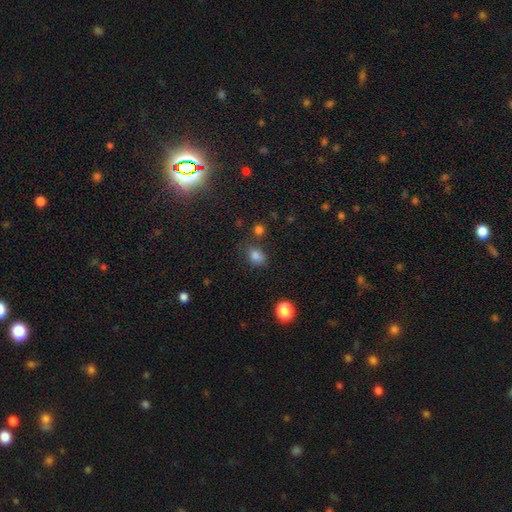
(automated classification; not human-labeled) Morphology: type=smooth (80%); roundness=in between (66%); merging=none (65%).